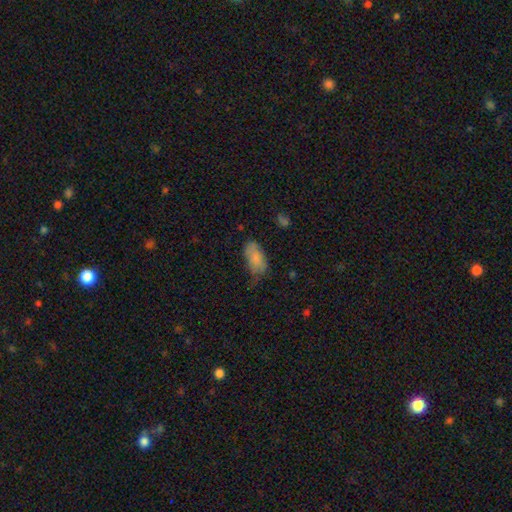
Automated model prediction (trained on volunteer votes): smooth_or_featured: smooth (p=0.81) [alt: featured or disk p=0.11]
how_rounded: in between (p=0.92) [alt: cigar-shaped p=0.04]
merging: none (p=0.48) [alt: minor disturbance p=0.37]